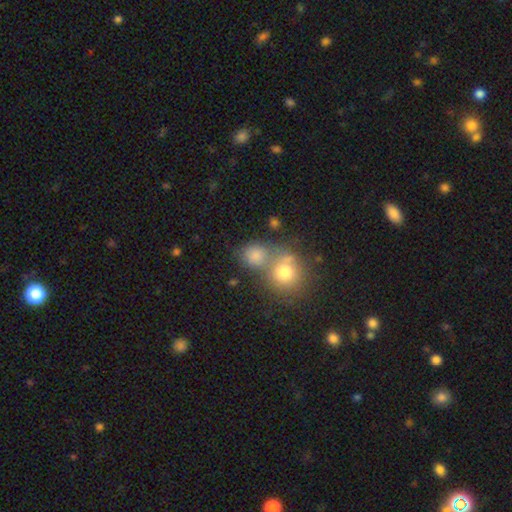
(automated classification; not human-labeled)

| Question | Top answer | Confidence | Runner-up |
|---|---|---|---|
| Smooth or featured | smooth | 77% | star or artifact (13%) |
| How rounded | round | 72% | in between (27%) |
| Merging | none | 42% | merger (41%) |